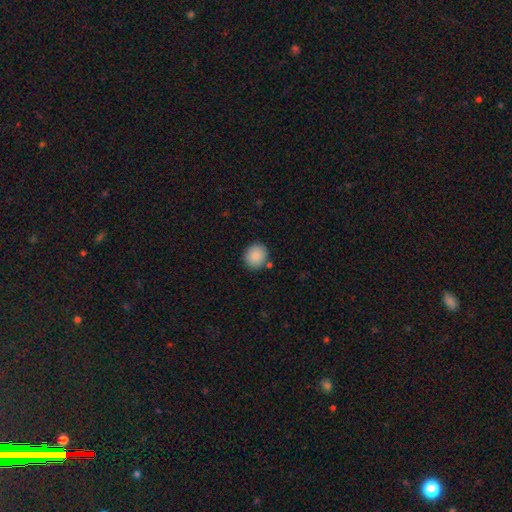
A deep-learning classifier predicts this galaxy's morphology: type=smooth (88%); roundness=round (83%); merging=none (84%).